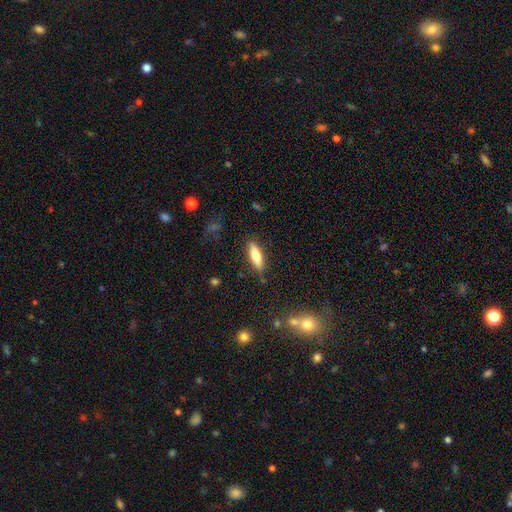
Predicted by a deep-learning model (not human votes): Smooth or featured? Predicted: smooth (p=0.67). How rounded? Predicted: cigar-shaped (p=0.60). Merging? Predicted: none (p=0.85).